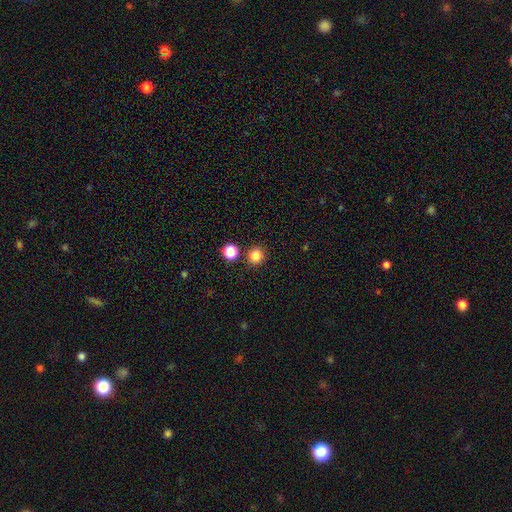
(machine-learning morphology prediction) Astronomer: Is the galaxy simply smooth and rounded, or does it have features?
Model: smooth — 84%.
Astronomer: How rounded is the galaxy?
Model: round — 92%.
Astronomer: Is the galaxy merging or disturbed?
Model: none — 85%.